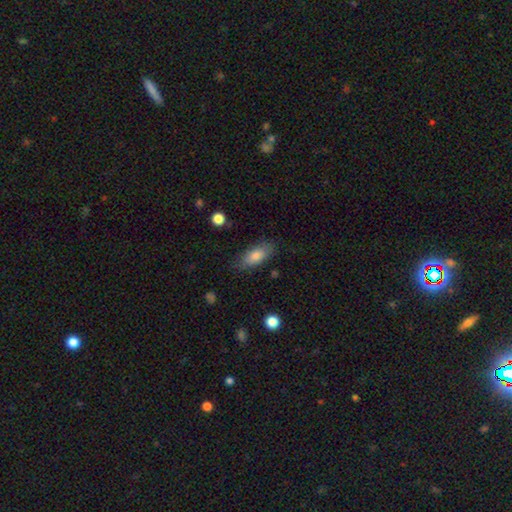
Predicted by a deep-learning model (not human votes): Smooth or featured: smooth — 80% (featured or disk — 13%)
How rounded: in between — 80% (cigar-shaped — 17%)
Merging: none — 82% (minor disturbance — 14%)